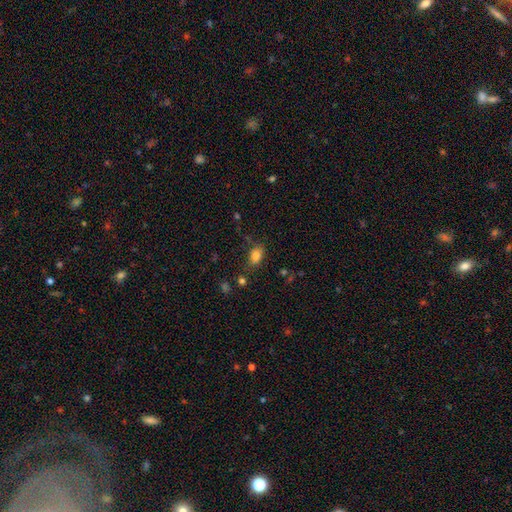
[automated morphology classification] A smooth galaxy with no disk features (83%) that is in between round and cigar-shaped (84%).

Vote fractions:
- Smooth or featured? smooth: 83% / star or artifact: 11% / featured or disk: 7%
- How rounded? in between: 84% / round: 14% / cigar-shaped: 2%
- Merging? none: 74% / minor disturbance: 17% / major disturbance: 5% / merger: 4%